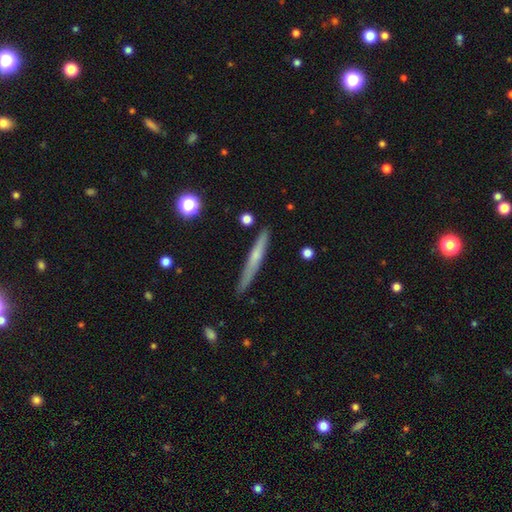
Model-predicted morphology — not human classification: A smooth galaxy with no disk features (48%).

Vote fractions:
- Smooth or featured? smooth: 48% / featured or disk: 45% / star or artifact: 7%
- Merging? none: 84% / minor disturbance: 12% / major disturbance: 2% / merger: 2%